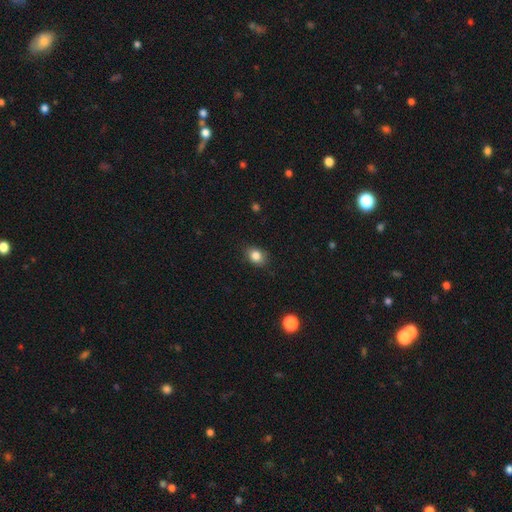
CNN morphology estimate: type=smooth (84%); roundness=in between (63%); merging=none (84%).